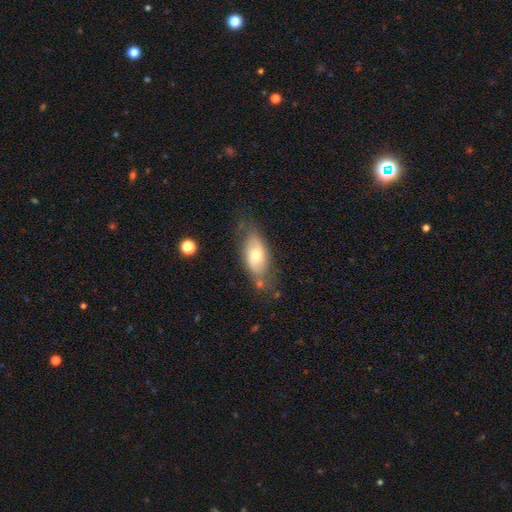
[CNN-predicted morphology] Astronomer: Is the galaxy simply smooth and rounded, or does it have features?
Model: smooth — 60%.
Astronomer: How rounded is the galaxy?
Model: in between — 88%.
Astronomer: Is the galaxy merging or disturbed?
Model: none — 63%.